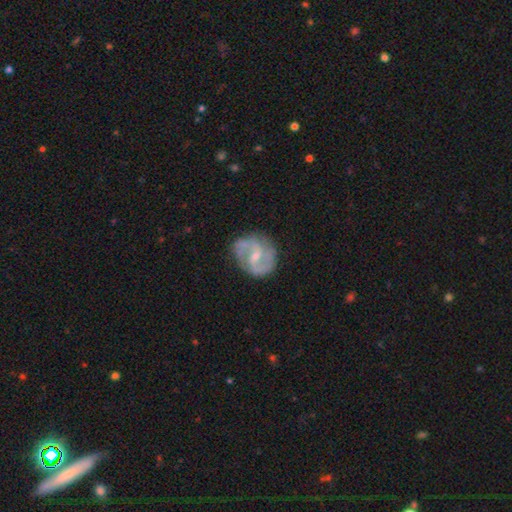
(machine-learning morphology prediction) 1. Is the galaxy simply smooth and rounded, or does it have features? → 82% featured or disk, 13% smooth, 6% star or artifact.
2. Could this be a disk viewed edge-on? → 98% no, 2% yes.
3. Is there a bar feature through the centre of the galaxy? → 54% weak, 25% no, 21% strong.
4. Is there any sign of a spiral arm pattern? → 92% yes, 8% no.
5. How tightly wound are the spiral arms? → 50% medium, 30% loose, 20% tight.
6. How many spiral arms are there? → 82% 2, 8% can't tell, 4% 3, 3% 1, 1% 4, 1% more than 4.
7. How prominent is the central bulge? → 58% small, 37% moderate, 3% none, 1% large, 1% dominant.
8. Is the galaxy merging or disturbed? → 67% none, 22% minor disturbance, 9% major disturbance, 2% merger.